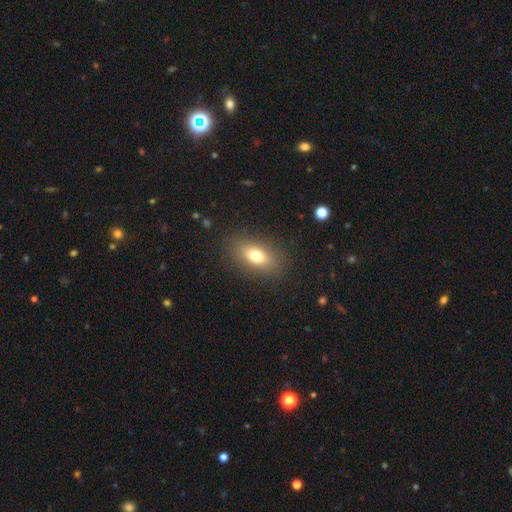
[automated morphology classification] A smooth galaxy with no disk features (75%) that is in between round and cigar-shaped (82%). Merging: none (85%).